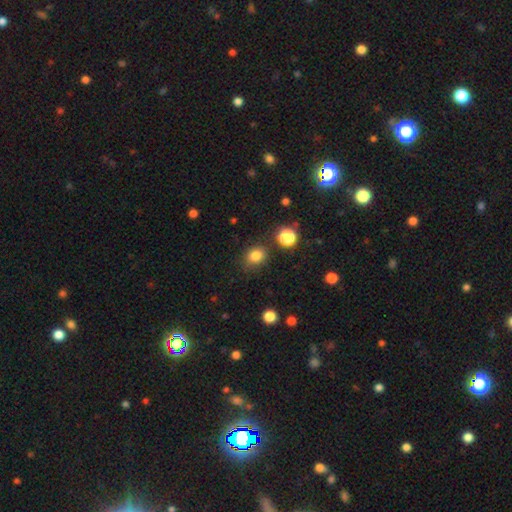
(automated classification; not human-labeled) Smooth or featured?
  - smooth: 82% *
  - star or artifact: 13%
  - featured or disk: 5%
How rounded?
  - round: 59% *
  - in between: 40%
  - cigar-shaped: 1%
Merging?
  - none: 80% *
  - minor disturbance: 13%
  - major disturbance: 4%
  - merger: 4%